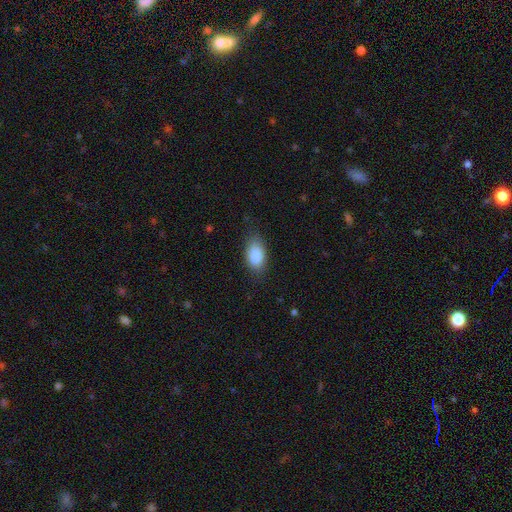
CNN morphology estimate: Smooth or featured: smooth — 88% (star or artifact — 7%)
How rounded: in between — 92% (round — 5%)
Merging: none — 76% (minor disturbance — 18%)